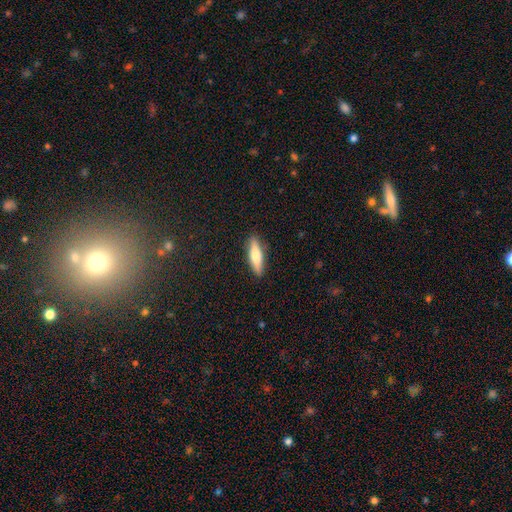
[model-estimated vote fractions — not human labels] smooth_or_featured: smooth (p=0.65) [alt: featured or disk p=0.29]
how_rounded: cigar-shaped (p=0.69) [alt: in between p=0.29]
merging: none (p=0.89) [alt: minor disturbance p=0.08]